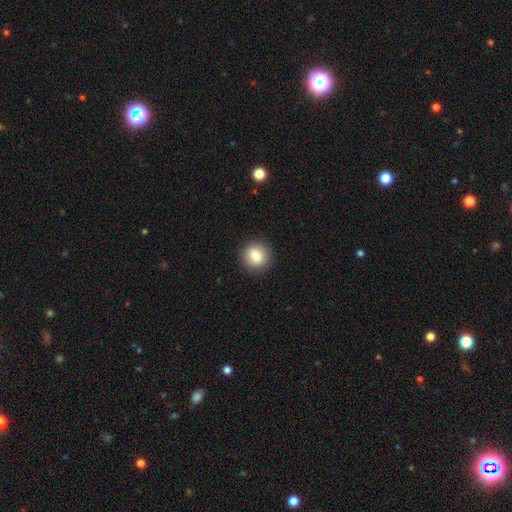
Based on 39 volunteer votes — A smooth galaxy with no disk features (92%) that is round (97%).

Vote fractions:
- Smooth or featured? smooth: 92% / featured or disk: 5% / star or artifact: 3%
- How rounded? round: 97% / in between: 3% / cigar-shaped: 0%
- Merging? none: 95% / major disturbance: 5% / minor disturbance: 0% / merger: 0%